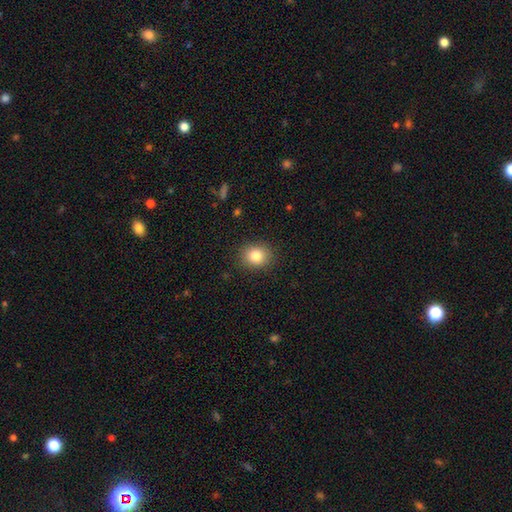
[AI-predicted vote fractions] Smooth or featured: smooth — 82% (star or artifact — 10%)
How rounded: round — 69% (in between — 30%)
Merging: none — 88% (minor disturbance — 8%)